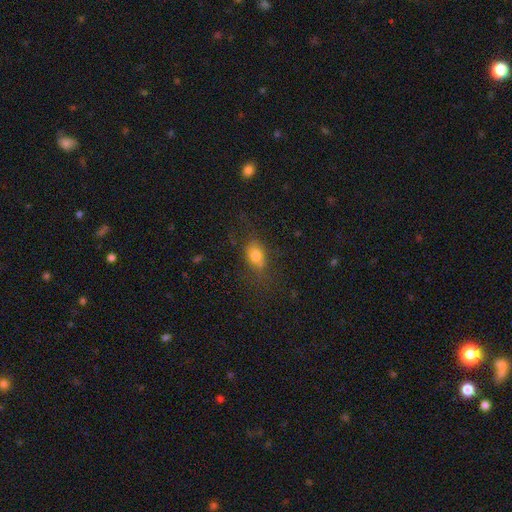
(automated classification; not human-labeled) A smooth galaxy with no disk features (72%) that is in between round and cigar-shaped (66%).

Vote fractions:
- Smooth or featured? smooth: 72% / featured or disk: 15% / star or artifact: 13%
- How rounded? in between: 66% / round: 29% / cigar-shaped: 5%
- Merging? none: 58% / minor disturbance: 23% / major disturbance: 15% / merger: 5%